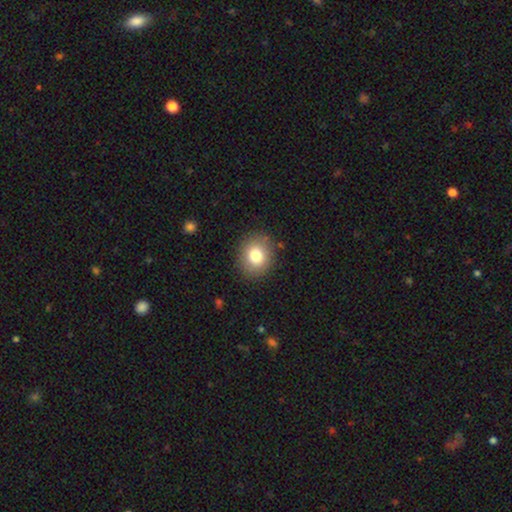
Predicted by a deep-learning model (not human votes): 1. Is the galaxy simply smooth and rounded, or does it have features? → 80% smooth, 10% featured or disk, 10% star or artifact.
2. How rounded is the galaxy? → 72% round, 27% in between, 1% cigar-shaped.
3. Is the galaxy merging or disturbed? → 88% none, 8% minor disturbance, 3% major disturbance, 1% merger.